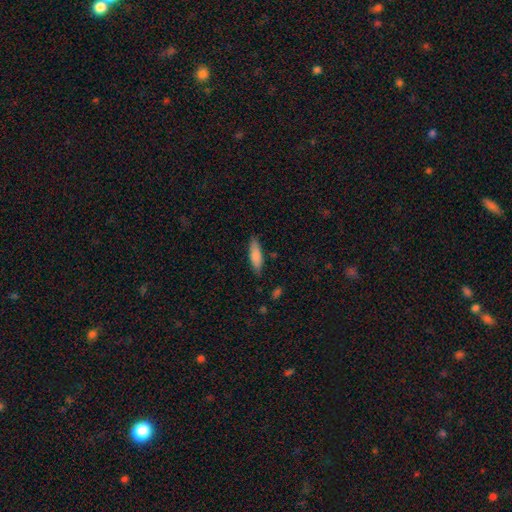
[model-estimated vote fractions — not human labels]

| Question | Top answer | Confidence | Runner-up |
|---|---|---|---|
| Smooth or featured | smooth | 83% | featured or disk (11%) |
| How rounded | cigar-shaped | 54% | in between (45%) |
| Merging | none | 81% | minor disturbance (15%) |